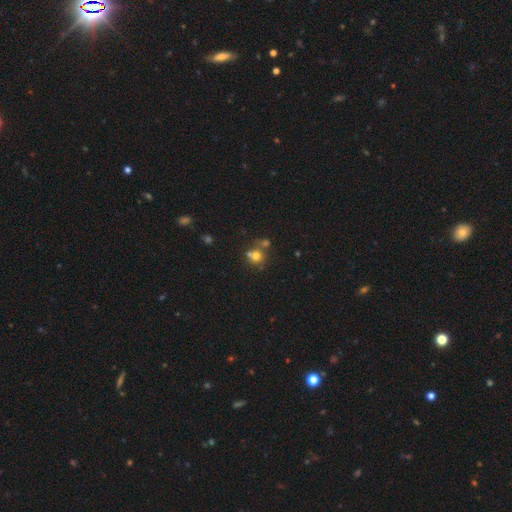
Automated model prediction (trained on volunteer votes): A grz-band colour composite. It shows a smooth galaxy with no disk features (70%) that is round (86%). Merging: none (52%).